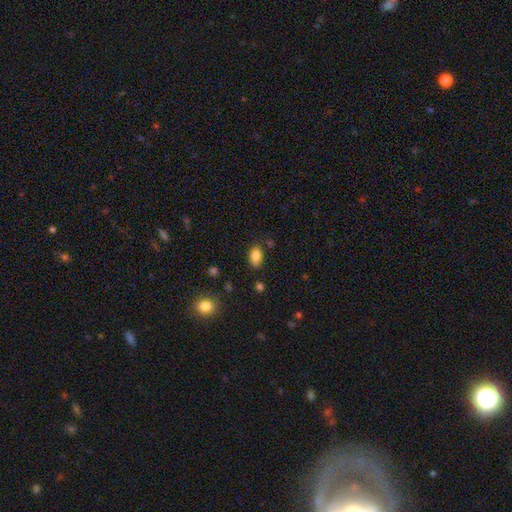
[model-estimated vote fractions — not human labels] A smooth galaxy with no disk features (84%) that is in between round and cigar-shaped (85%). Merging: none (78%).